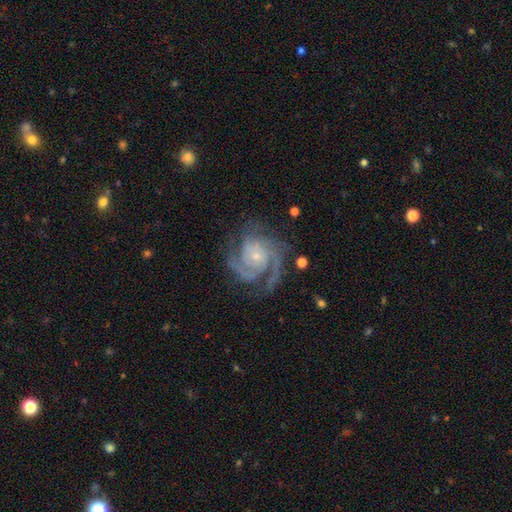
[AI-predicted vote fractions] Smooth or featured: featured or disk — 91% (star or artifact — 5%)
Edge-on disk: no — 98% (yes — 2%)
Bar: no — 74% (weak — 21%)
Spiral arms: yes — 98% (no — 2%)
Spiral winding: tight — 58% (medium — 37%)
Spiral arm count: 3 — 46% (2 — 18%)
Bulge size: small — 76% (moderate — 19%)
Merging: none — 70% (minor disturbance — 17%)